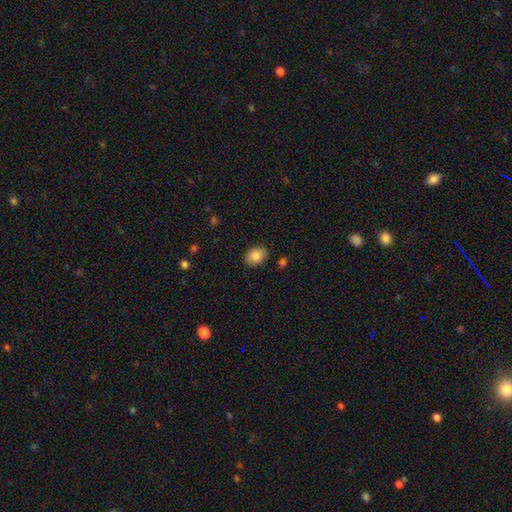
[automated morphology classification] A smooth galaxy with no disk features (86%) that is in between round and cigar-shaped (62%). Merging: none (87%).